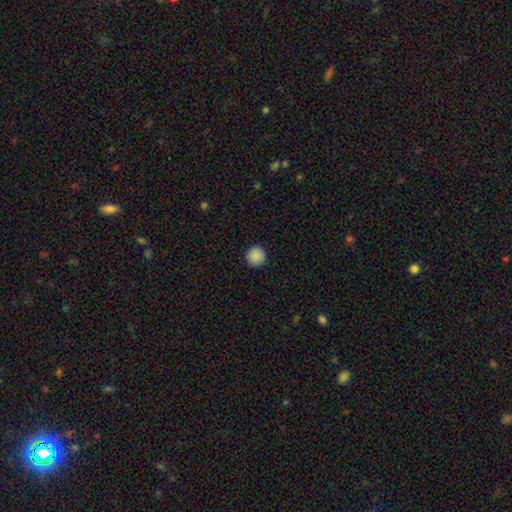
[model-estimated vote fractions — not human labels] Q: Smooth or featured?
A: smooth (89%); runner-up: star or artifact (8%)
Q: How rounded?
A: round (96%); runner-up: in between (3%)
Q: Merging?
A: none (93%); runner-up: minor disturbance (5%)